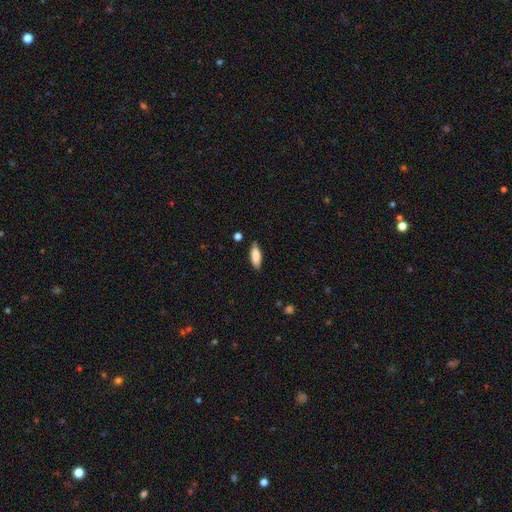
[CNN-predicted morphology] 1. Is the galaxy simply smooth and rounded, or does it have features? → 86% smooth, 7% featured or disk, 6% star or artifact.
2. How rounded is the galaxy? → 66% in between, 32% cigar-shaped, 2% round.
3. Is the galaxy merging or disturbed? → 83% none, 13% minor disturbance, 2% major disturbance, 2% merger.